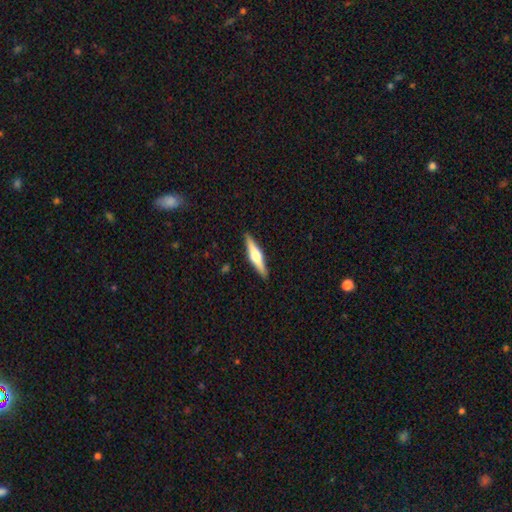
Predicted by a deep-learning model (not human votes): This appears to be a featured or disk galaxy (65%) viewed edge-on (97%) with a rounded central bulge (92%). Merging: none (91%).